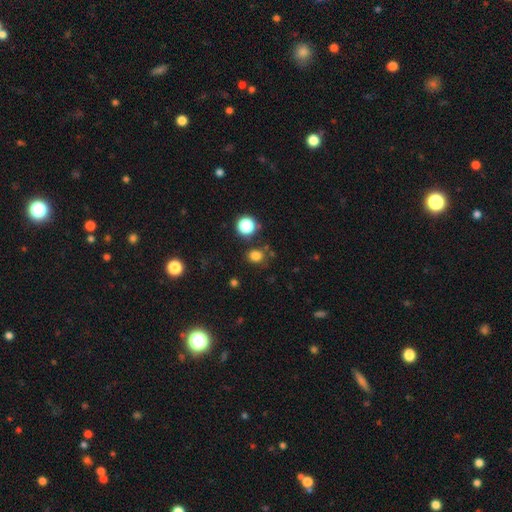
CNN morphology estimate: This is likely a smooth galaxy (78%). How rounded: likely round (70%). Merging: likely none (79%).